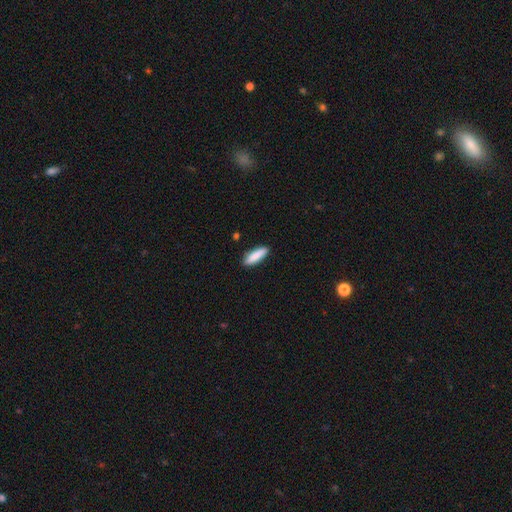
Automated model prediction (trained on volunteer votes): A smooth galaxy with no disk features (87%) that is cigar-shaped (63%). Merging: none (89%).